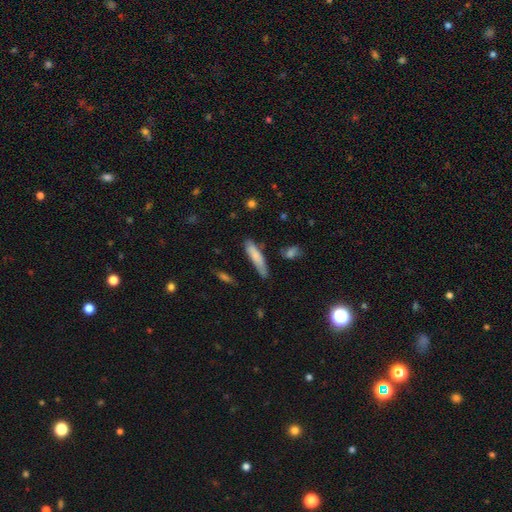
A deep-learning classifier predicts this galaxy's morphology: smooth_or_featured: smooth (p=0.76) [alt: featured or disk p=0.17]
how_rounded: cigar-shaped (p=0.79) [alt: in between p=0.19]
merging: none (p=0.67) [alt: minor disturbance p=0.23]